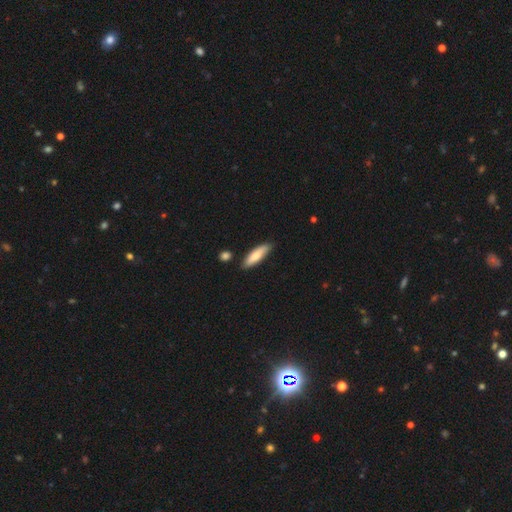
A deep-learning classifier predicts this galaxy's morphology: smooth_or_featured: smooth (p=0.76) [alt: featured or disk p=0.19]
how_rounded: cigar-shaped (p=0.62) [alt: in between p=0.37]
merging: none (p=0.84) [alt: minor disturbance p=0.12]